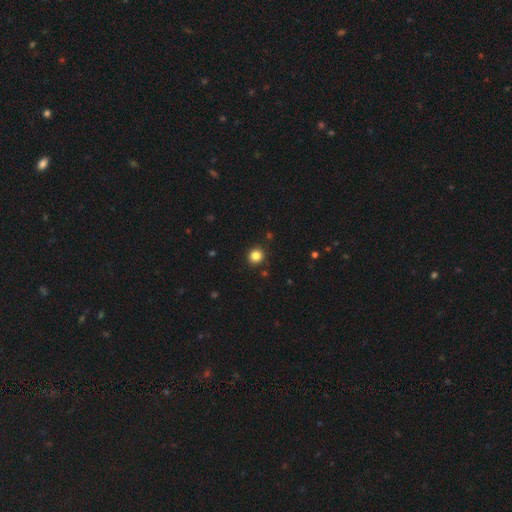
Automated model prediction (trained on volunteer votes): Smooth or featured?
  - smooth: 84% *
  - star or artifact: 12%
  - featured or disk: 4%
How rounded?
  - round: 91% *
  - in between: 8%
  - cigar-shaped: 1%
Merging?
  - none: 91% *
  - minor disturbance: 6%
  - major disturbance: 2%
  - merger: 1%